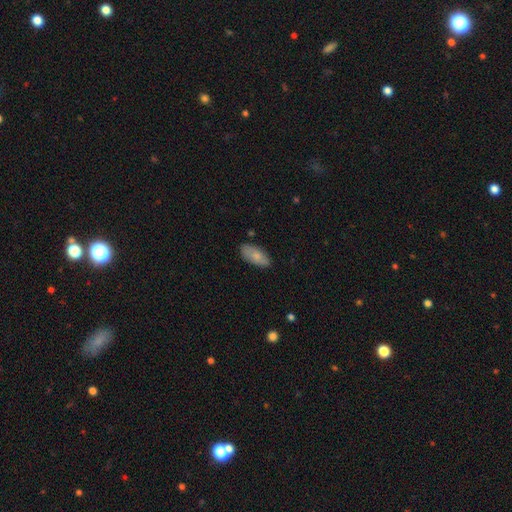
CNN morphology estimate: Smooth or featured? smooth (78%)
How rounded? in between (89%)
Merging? none (81%)